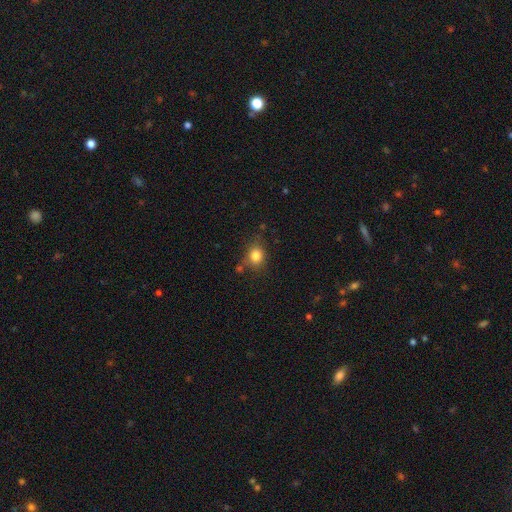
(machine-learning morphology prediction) smooth-or-featured: smooth: 82% | star or artifact: 11% | featured or disk: 7%
  how-rounded: round: 66% | in between: 33% | cigar-shaped: 1%
  merging: none: 71% | minor disturbance: 18% | merger: 6% | major disturbance: 5%